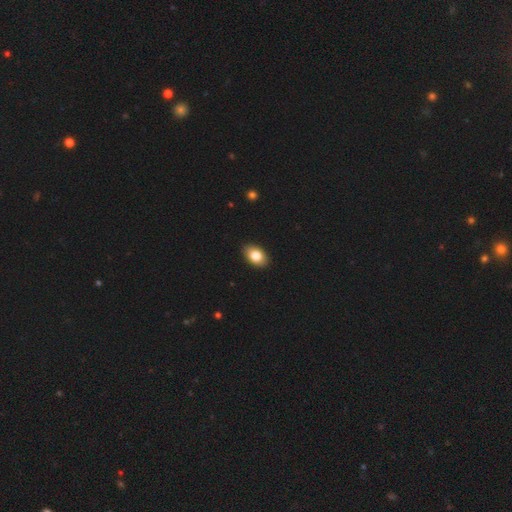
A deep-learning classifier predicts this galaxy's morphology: A smooth galaxy with no disk features (82%) that is in between round and cigar-shaped (88%). Merging: none (90%).